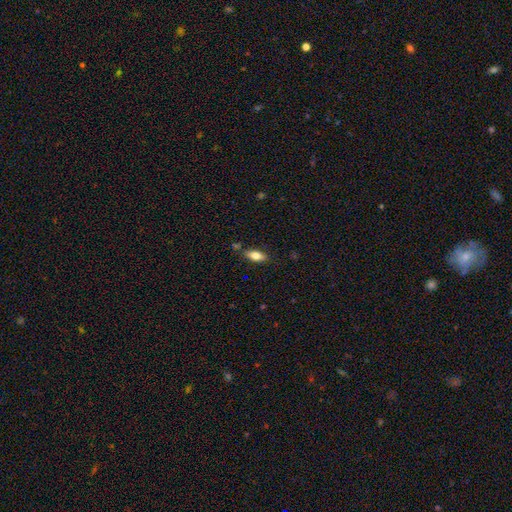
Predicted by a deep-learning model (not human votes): Morphology: type=smooth (76%); roundness=in between (83%); merging=none (79%).